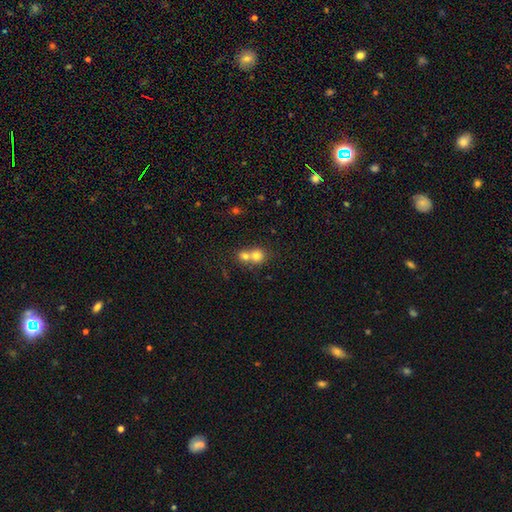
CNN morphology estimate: This is likely a smooth galaxy (75%). How rounded: likely round (79%). Merging: likely merger (65%).